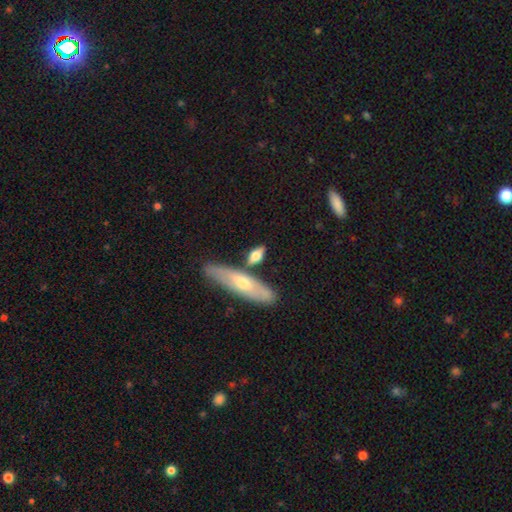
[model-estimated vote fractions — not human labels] Smooth or featured? smooth (62%)
How rounded? in between (55%)
Merging? none (62%)